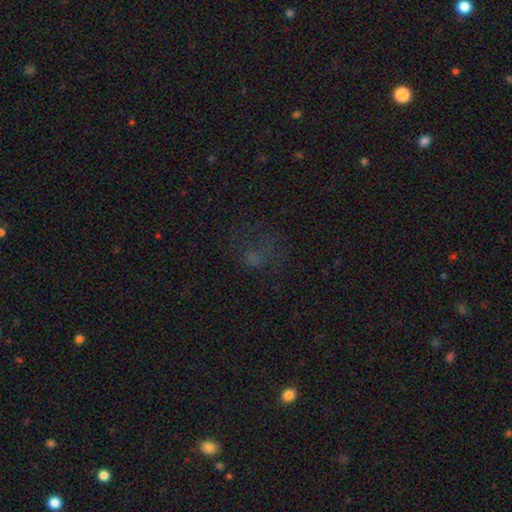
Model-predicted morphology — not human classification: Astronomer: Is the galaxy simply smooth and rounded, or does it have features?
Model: smooth — 43% (runner-up: star or artifact, 38%).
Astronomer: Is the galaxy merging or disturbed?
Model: none — 52% (runner-up: major disturbance, 28%).